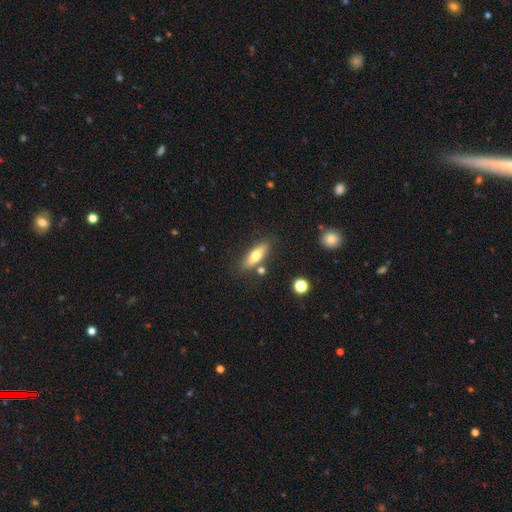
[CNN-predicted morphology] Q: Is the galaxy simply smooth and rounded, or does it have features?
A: smooth — 66%.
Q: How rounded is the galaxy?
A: in between — 54%.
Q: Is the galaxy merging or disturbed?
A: none — 77%.